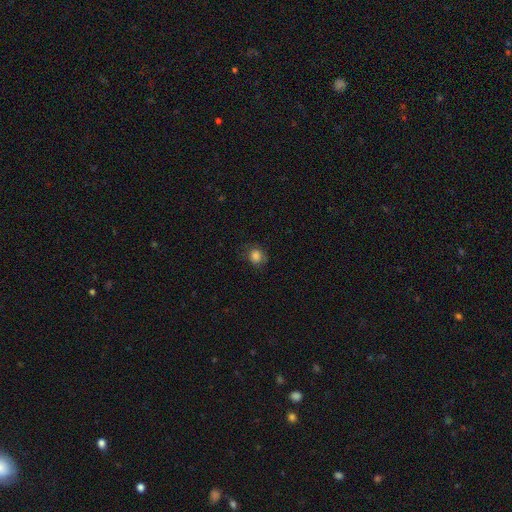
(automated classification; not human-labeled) Overall: smooth (83%). How rounded: round (77%). Merging: none (73%).